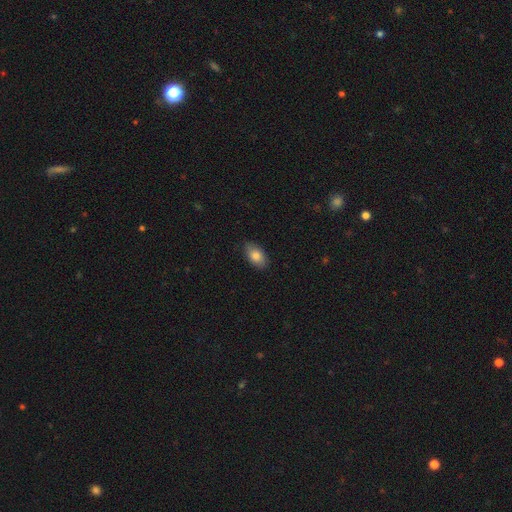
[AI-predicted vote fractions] Smooth or featured?
  - smooth: 83% *
  - featured or disk: 11%
  - star or artifact: 7%
How rounded?
  - in between: 93% *
  - round: 5%
  - cigar-shaped: 2%
Merging?
  - none: 86% *
  - minor disturbance: 11%
  - major disturbance: 2%
  - merger: 1%